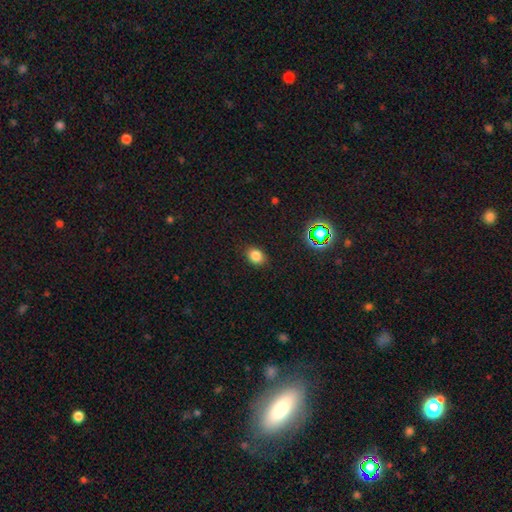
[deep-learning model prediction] Smooth or featured? smooth (81%)
How rounded? in between (61%)
Merging? none (86%)